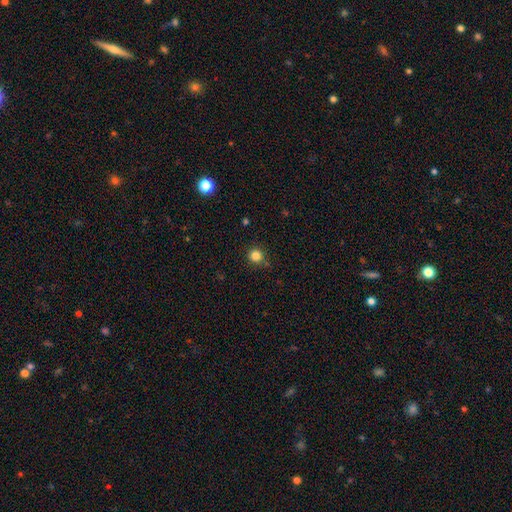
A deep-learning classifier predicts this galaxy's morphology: smooth-or-featured: smooth: 83% | star or artifact: 13% | featured or disk: 4%
  how-rounded: round: 94% | in between: 5% | cigar-shaped: 1%
  merging: none: 84% | minor disturbance: 10% | merger: 3% | major disturbance: 3%